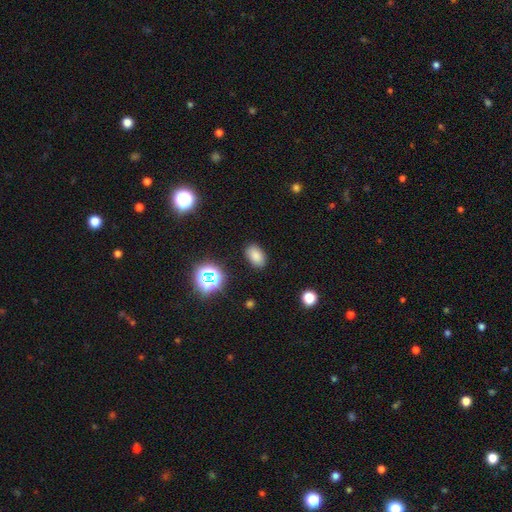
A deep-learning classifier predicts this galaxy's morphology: Smooth or featured? Predicted: smooth (p=0.80). How rounded? Predicted: in between (p=0.87). Merging? Predicted: none (p=0.87).